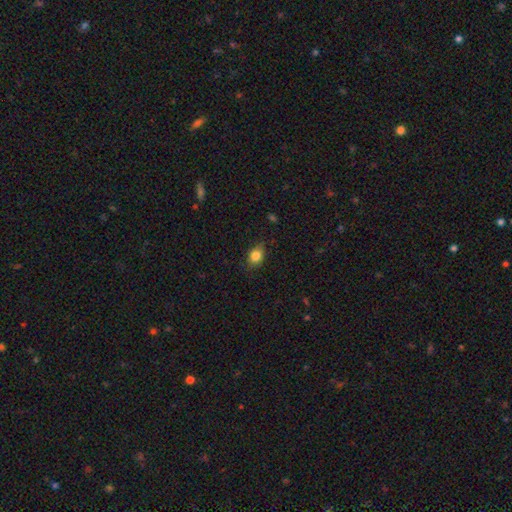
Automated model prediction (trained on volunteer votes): This is clearly a smooth galaxy (84%). How rounded: possibly round (54%). Merging: likely none (75%).